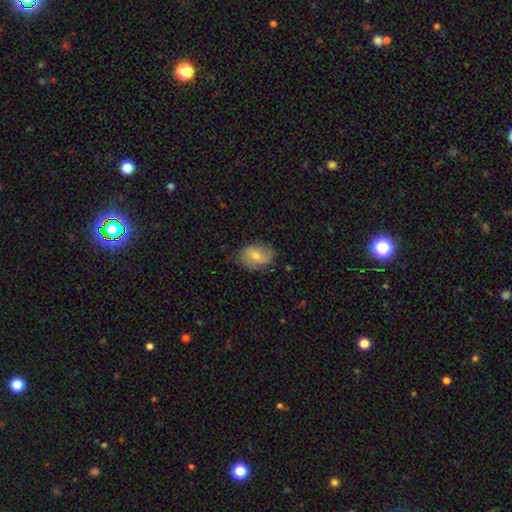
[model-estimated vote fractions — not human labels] smooth_or_featured: smooth (p=0.50) [alt: featured or disk p=0.41]
merging: none (p=0.79) [alt: minor disturbance p=0.16]